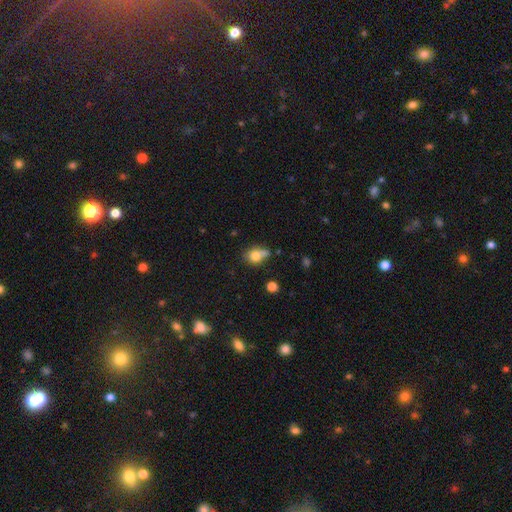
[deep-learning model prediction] smooth_or_featured: smooth (p=0.75) [alt: featured or disk p=0.14]
how_rounded: round (p=0.53) [alt: in between p=0.45]
merging: none (p=0.43) [alt: minor disturbance p=0.25]